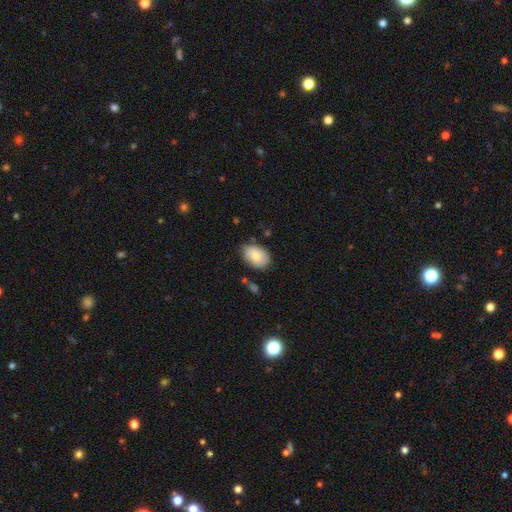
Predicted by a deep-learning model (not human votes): Smooth or featured? Predicted: smooth (p=0.79). How rounded? Predicted: in between (p=0.84). Merging? Predicted: none (p=0.74).